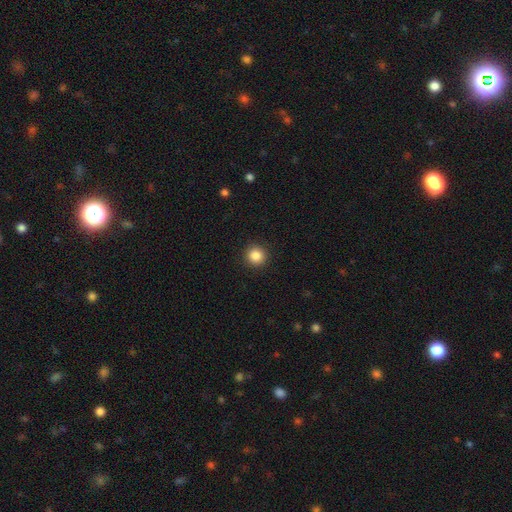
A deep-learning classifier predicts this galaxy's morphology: This is clearly a smooth galaxy (86%). How rounded: clearly round (93%). Merging: clearly none (92%).